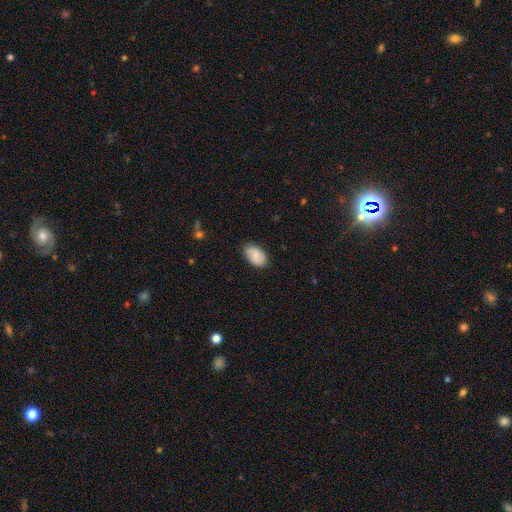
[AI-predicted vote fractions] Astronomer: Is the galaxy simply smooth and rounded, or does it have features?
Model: smooth — 79%.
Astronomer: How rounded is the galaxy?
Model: in between — 93%.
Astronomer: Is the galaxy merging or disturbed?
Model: none — 81%.